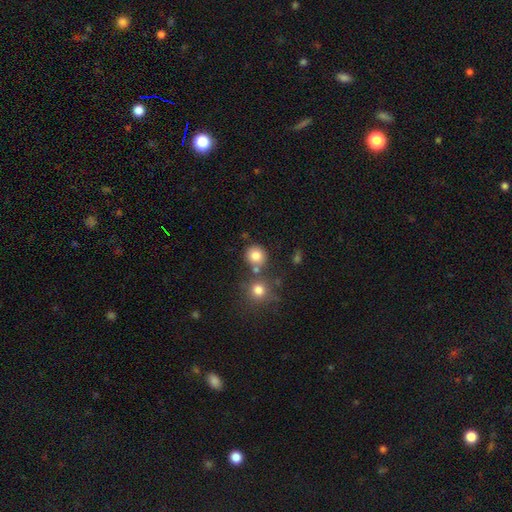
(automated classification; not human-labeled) This appears to be a smooth galaxy with no disk features (81%) that is round (88%). Merging: none (71%).